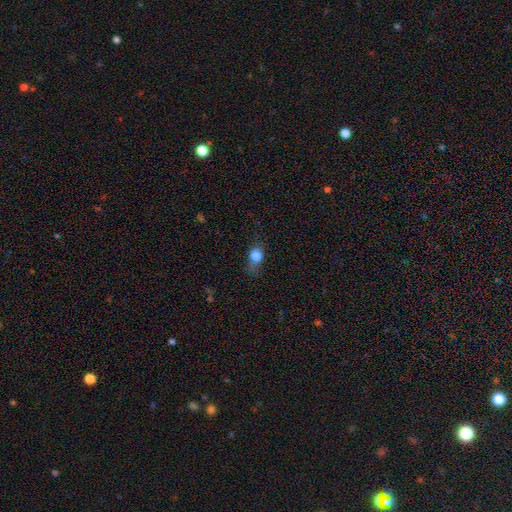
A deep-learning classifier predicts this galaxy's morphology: A smooth galaxy with no disk features (77%) that is round (54%).

Vote fractions:
- Smooth or featured? smooth: 77% / featured or disk: 12% / star or artifact: 11%
- How rounded? round: 54% / in between: 42% / cigar-shaped: 4%
- Merging? none: 49% / minor disturbance: 30% / major disturbance: 19% / merger: 2%